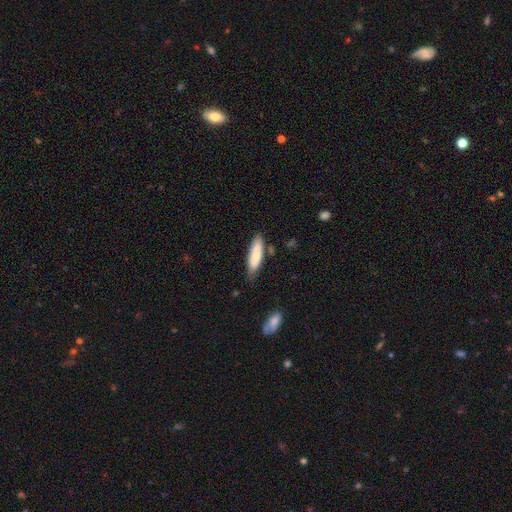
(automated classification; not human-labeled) A smooth galaxy with no disk features (79%) that is cigar-shaped (56%).

Vote fractions:
- Smooth or featured? smooth: 79% / featured or disk: 15% / star or artifact: 6%
- How rounded? cigar-shaped: 56% / in between: 42% / round: 1%
- Merging? none: 73% / minor disturbance: 20% / merger: 4% / major disturbance: 3%